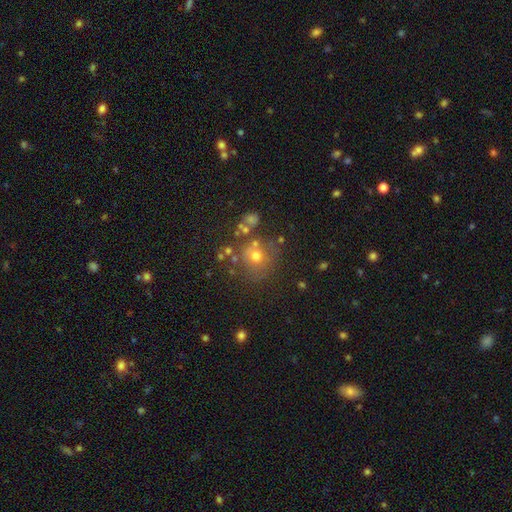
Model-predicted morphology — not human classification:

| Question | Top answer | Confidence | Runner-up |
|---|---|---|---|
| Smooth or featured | smooth | 63% | star or artifact (20%) |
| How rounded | round | 86% | in between (13%) |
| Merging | none | 67% | minor disturbance (14%) |